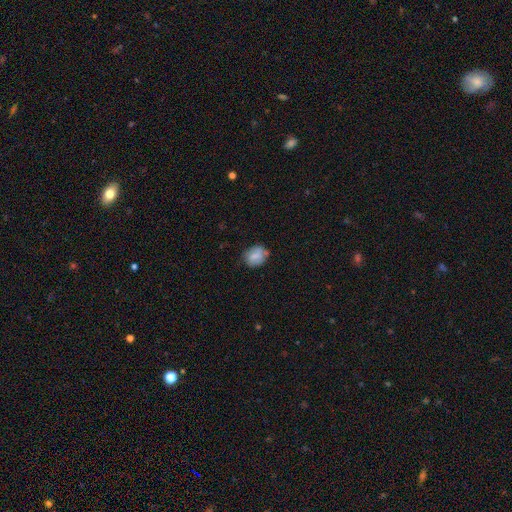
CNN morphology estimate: type=smooth (68%); roundness=in between (53%); merging=none (62%).